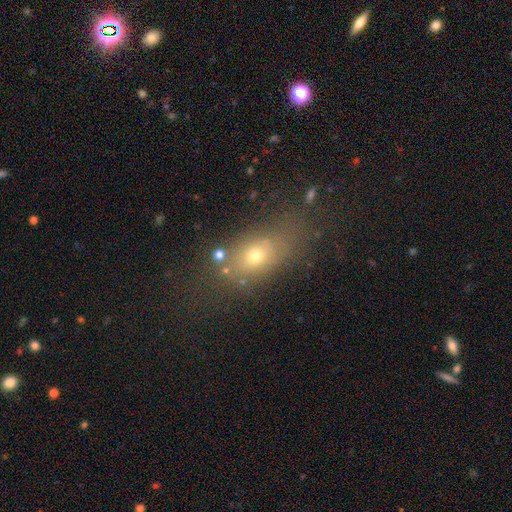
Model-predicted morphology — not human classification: Smooth or featured? smooth (64%)
How rounded? in between (69%)
Merging? none (62%)